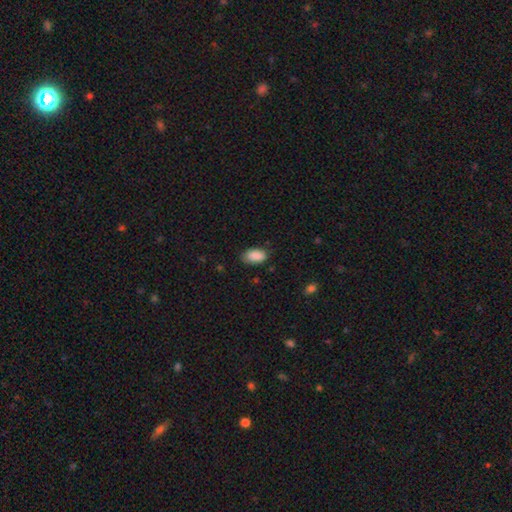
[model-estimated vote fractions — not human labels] Smooth or featured? smooth (89%)
How rounded? in between (93%)
Merging? none (77%)